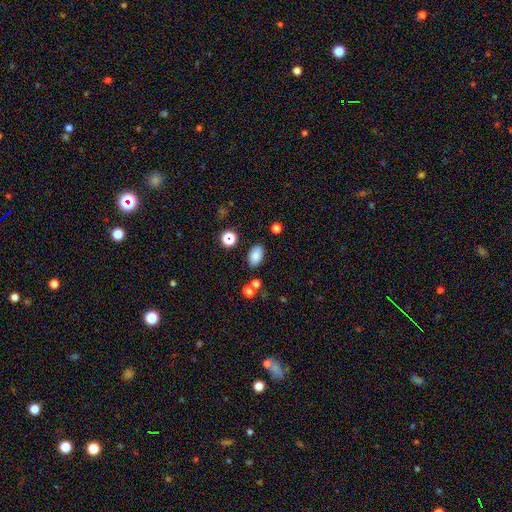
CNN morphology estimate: type=smooth (83%); roundness=in between (90%); merging=none (81%).